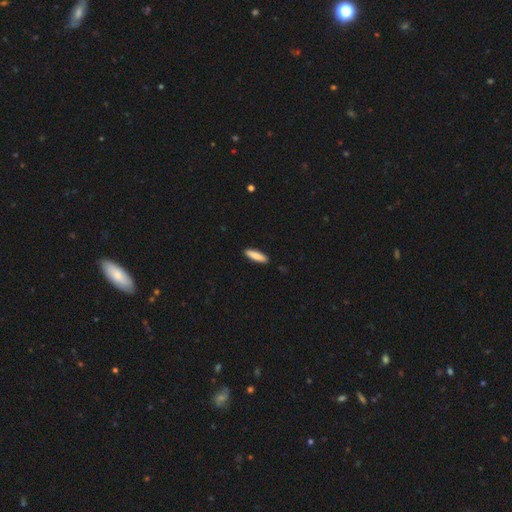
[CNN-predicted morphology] smooth-or-featured: smooth: 84% | featured or disk: 10% | star or artifact: 6%
  how-rounded: cigar-shaped: 71% | in between: 27% | round: 1%
  merging: none: 90% | minor disturbance: 7% | major disturbance: 1% | merger: 1%